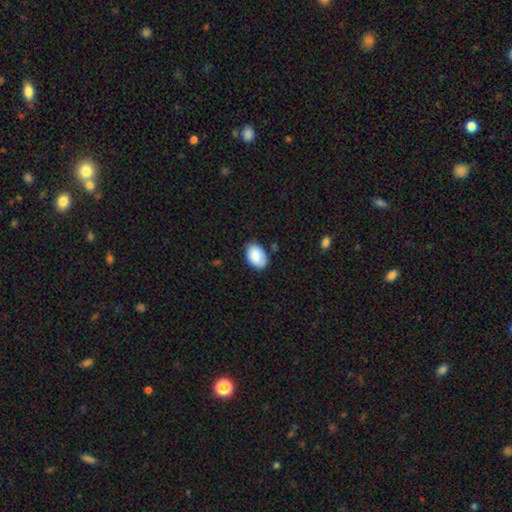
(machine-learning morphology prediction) smooth_or_featured: smooth (p=0.86) [alt: featured or disk p=0.08]
how_rounded: in between (p=0.88) [alt: round p=0.11]
merging: none (p=0.76) [alt: minor disturbance p=0.19]